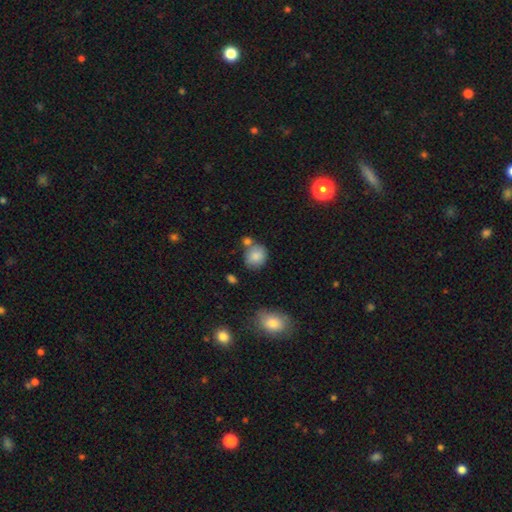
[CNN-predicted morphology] A smooth galaxy with no disk features (83%) that is round (73%). Merging: none (59%).